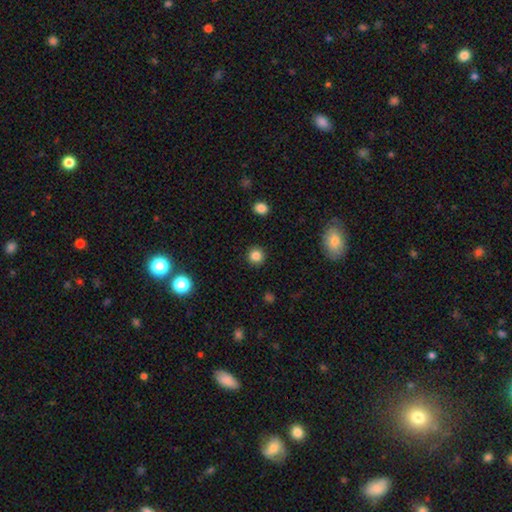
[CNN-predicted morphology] Smooth or featured? Predicted: smooth (p=0.84). How rounded? Predicted: round (p=0.94). Merging? Predicted: none (p=0.92).